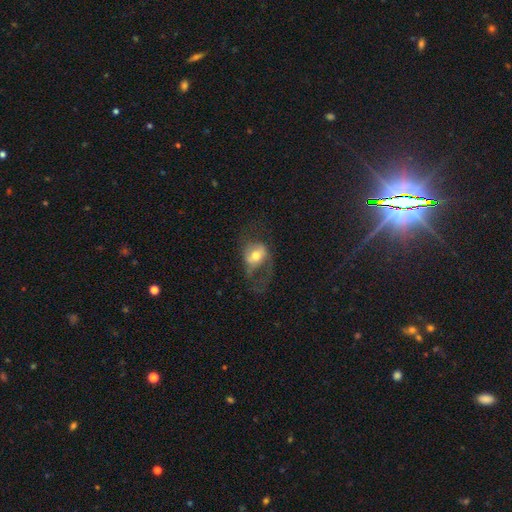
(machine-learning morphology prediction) Smooth or featured? Predicted: smooth (p=0.51). How rounded? Predicted: in between (p=0.56). Merging? Predicted: major disturbance (p=0.44).